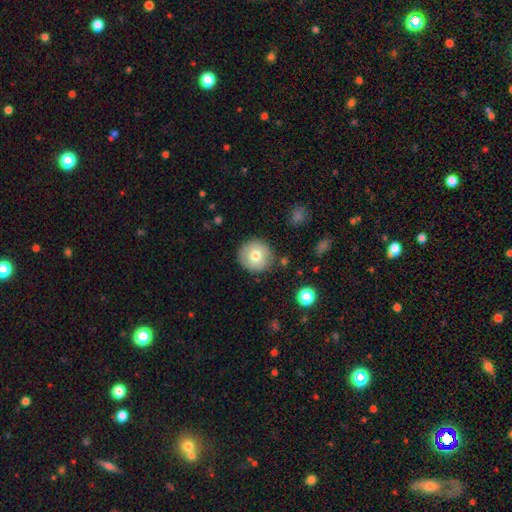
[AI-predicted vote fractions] A smooth galaxy with no disk features (75%) that is round (94%). Merging: none (87%).